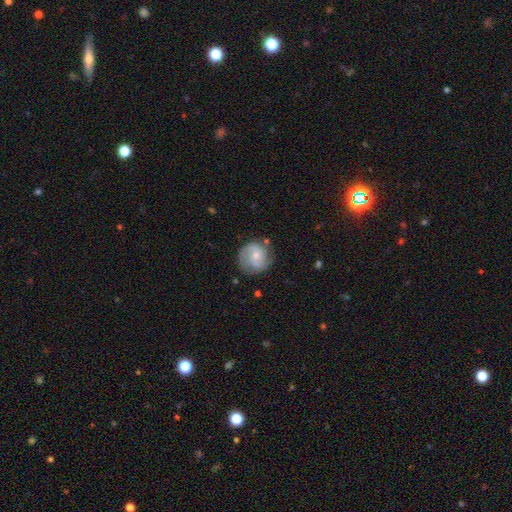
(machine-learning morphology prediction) The model was most divided on "bulge size": small: 53%, moderate: 40%, none: 3%, large: 2%, dominant: 1%. Remaining: edge-on disk — no (98%); spiral arms — yes (89%); spiral arm count — 2 (76%); merging — none (73%); smooth or featured — featured or disk (61%); bar — no (60%); spiral winding — medium (46%).